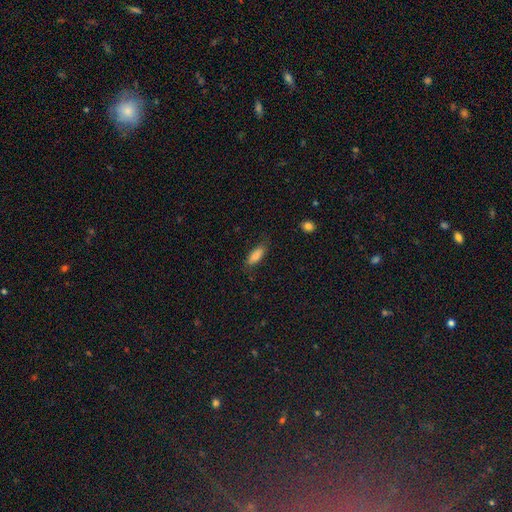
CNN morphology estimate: Smooth or featured? smooth (81%)
How rounded? in between (72%)
Merging? none (77%)